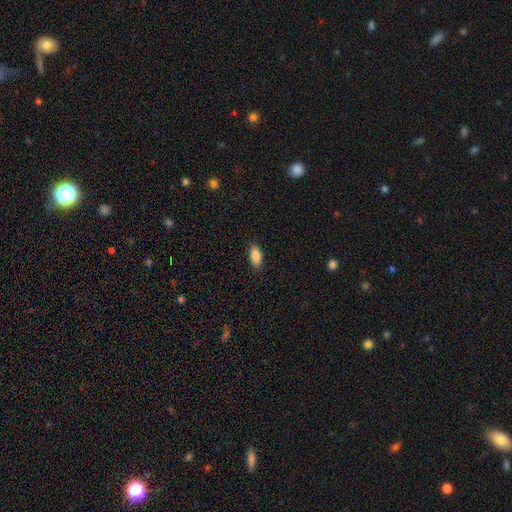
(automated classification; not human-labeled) A smooth galaxy with no disk features (86%) that is in between round and cigar-shaped (89%).

Vote fractions:
- Smooth or featured? smooth: 86% / star or artifact: 7% / featured or disk: 6%
- How rounded? in between: 89% / cigar-shaped: 8% / round: 3%
- Merging? none: 83% / minor disturbance: 13% / major disturbance: 3% / merger: 1%